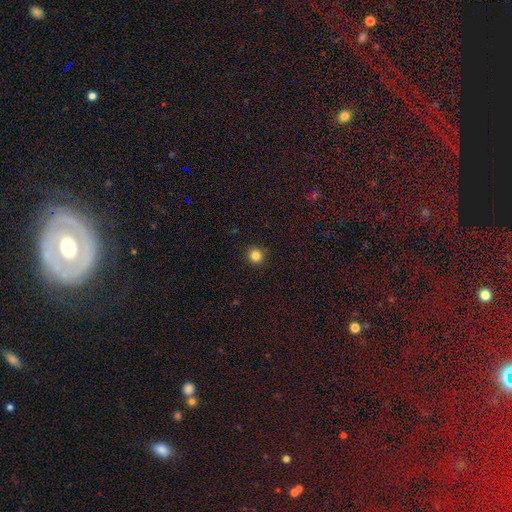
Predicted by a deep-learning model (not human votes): This appears to be a smooth galaxy with no disk features (83%) that is round (93%). Merging: none (91%).